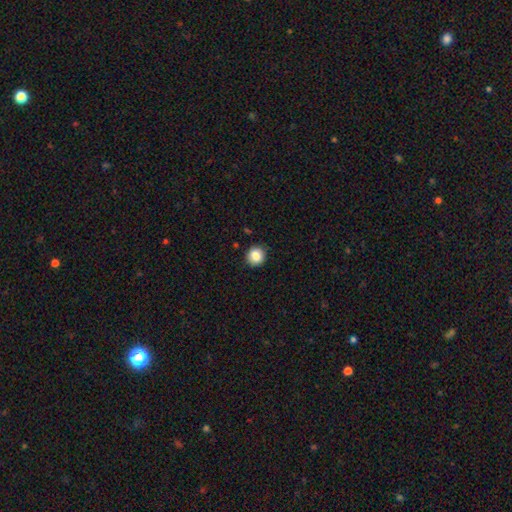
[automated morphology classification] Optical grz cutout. It shows a smooth galaxy with no disk features (86%) that is round (90%). Merging: none (89%).